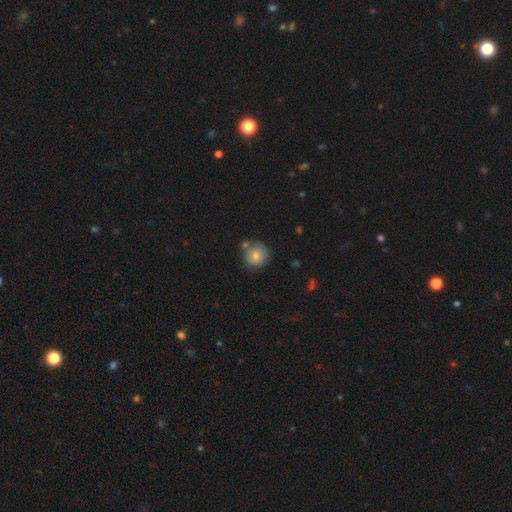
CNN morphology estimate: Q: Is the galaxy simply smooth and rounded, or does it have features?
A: smooth — 81%.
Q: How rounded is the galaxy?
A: round — 92%.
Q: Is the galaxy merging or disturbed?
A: none — 69%.